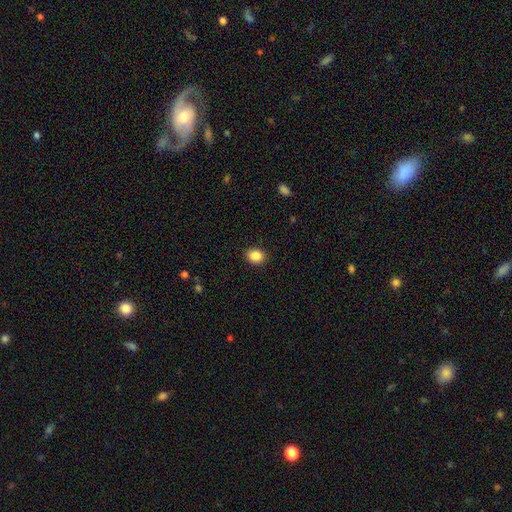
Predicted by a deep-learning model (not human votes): This appears to be a smooth galaxy with no disk features (87%) that is round (61%). Merging: none (89%).